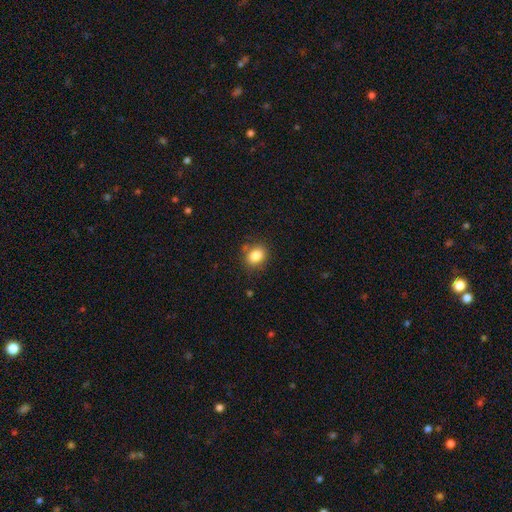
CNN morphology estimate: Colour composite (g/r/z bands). It shows a smooth galaxy with no disk features (84%) that is round (52%). Merging: none (80%).